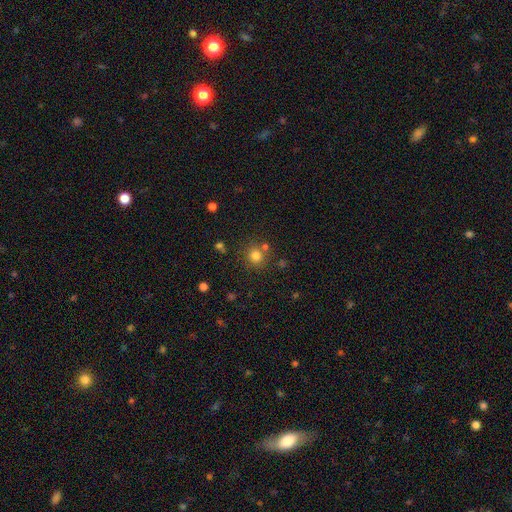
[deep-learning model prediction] This appears to be a smooth galaxy with no disk features (78%) that is round (90%). Merging: none (75%).